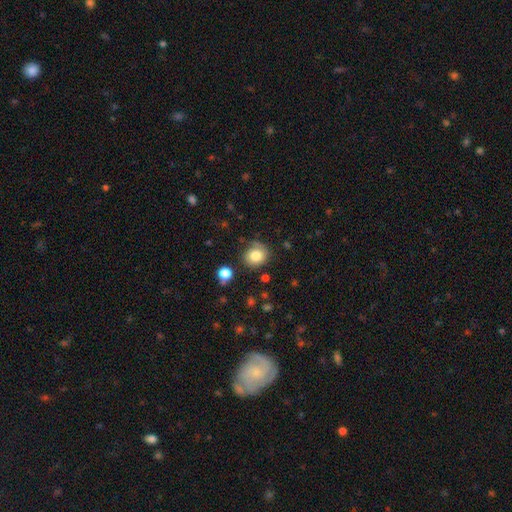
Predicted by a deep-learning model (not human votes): smooth_or_featured: smooth (p=0.80) [alt: star or artifact p=0.10]
how_rounded: round (p=0.78) [alt: in between p=0.21]
merging: none (p=0.74) [alt: minor disturbance p=0.17]